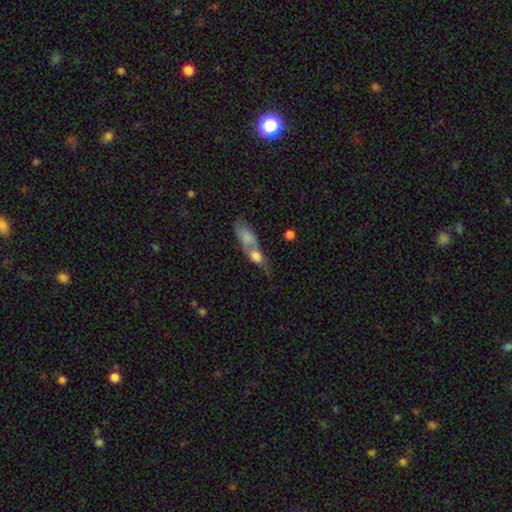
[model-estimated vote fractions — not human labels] This is possibly a smooth galaxy (60%). How rounded: possibly in between (54%). Merging: likely merger (69%).